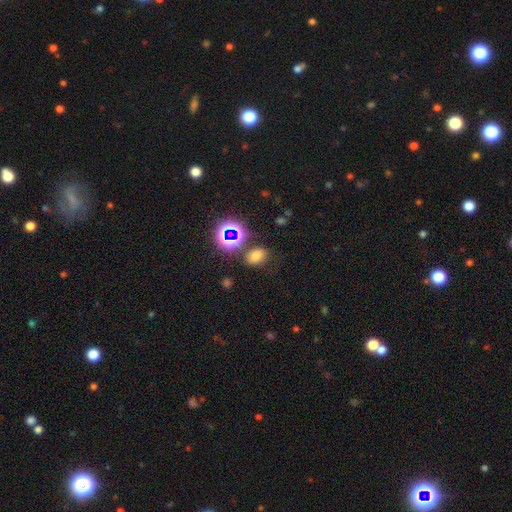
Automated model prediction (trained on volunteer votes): A smooth galaxy with no disk features (66%) that is in between round and cigar-shaped (74%). Merging: none (74%).